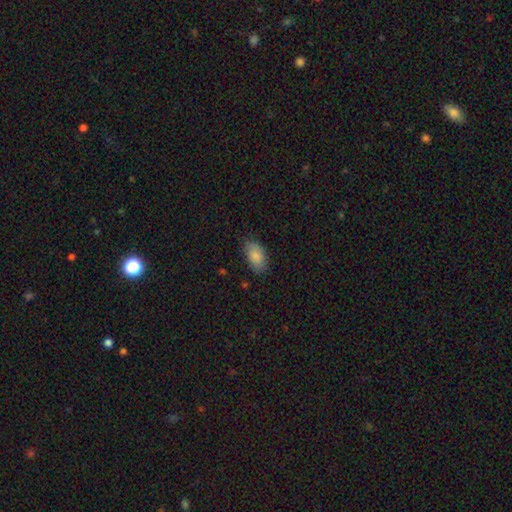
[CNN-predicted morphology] Overall: smooth (85%). How rounded: in between (93%). Merging: none (78%).